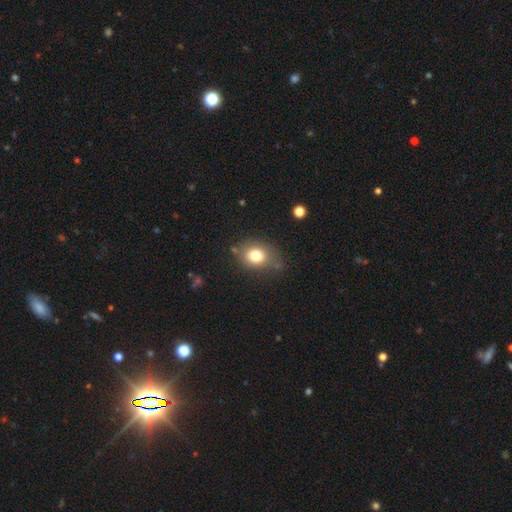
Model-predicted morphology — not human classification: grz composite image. It shows a smooth galaxy with no disk features (78%) that is in between round and cigar-shaped (50%). Merging: none (70%).